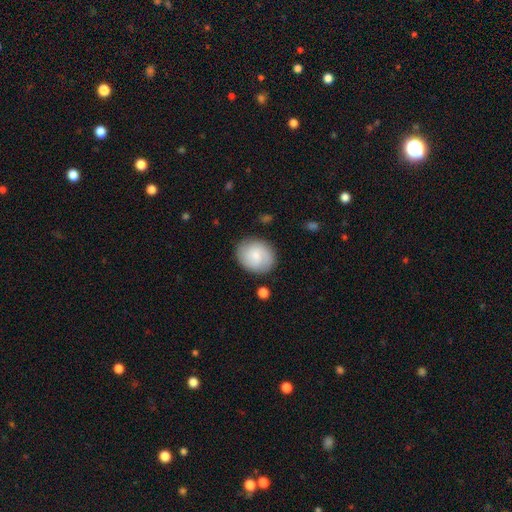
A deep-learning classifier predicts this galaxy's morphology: Overall: smooth (66%; featured or disk 27%). How rounded: round (66%; in between 33%). Merging: none (82%).